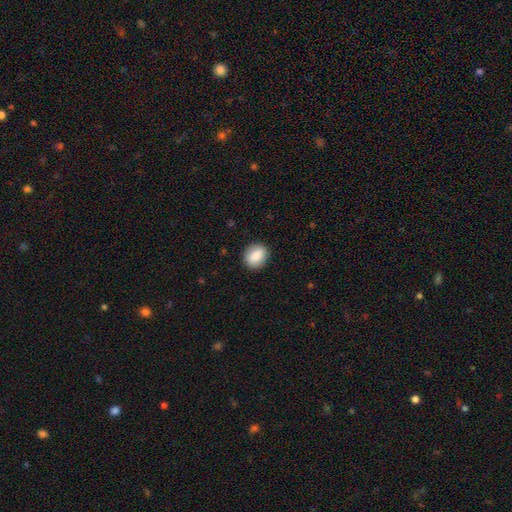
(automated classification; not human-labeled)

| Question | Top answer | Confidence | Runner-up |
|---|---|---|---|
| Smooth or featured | smooth | 86% | star or artifact (7%) |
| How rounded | round | 53% | in between (46%) |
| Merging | none | 88% | minor disturbance (9%) |